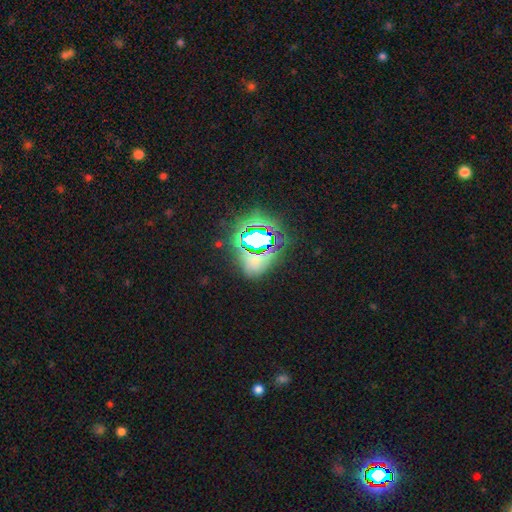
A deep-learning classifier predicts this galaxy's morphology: Overall: star or artifact (65%).